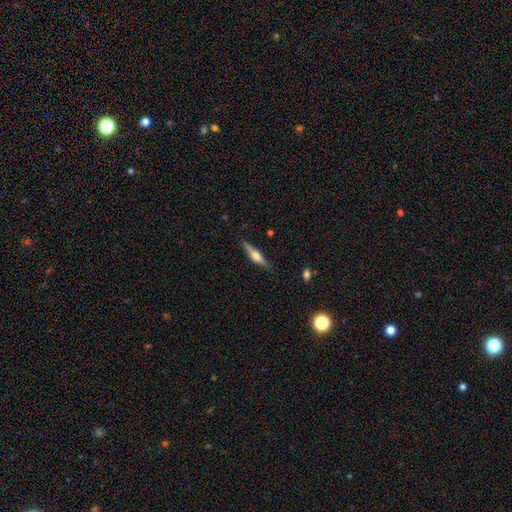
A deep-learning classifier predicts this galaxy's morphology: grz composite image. It shows a featured or disk galaxy (57%) viewed edge-on (96%) with a rounded central bulge (89%). Merging: none (86%).